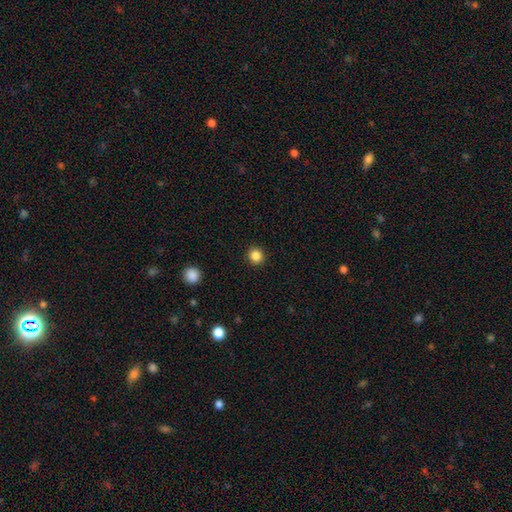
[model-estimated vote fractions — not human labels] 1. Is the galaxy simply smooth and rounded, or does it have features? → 86% smooth, 11% star or artifact, 3% featured or disk.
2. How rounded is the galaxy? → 91% round, 8% in between, 1% cigar-shaped.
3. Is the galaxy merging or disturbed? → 92% none, 5% minor disturbance, 2% major disturbance, 1% merger.